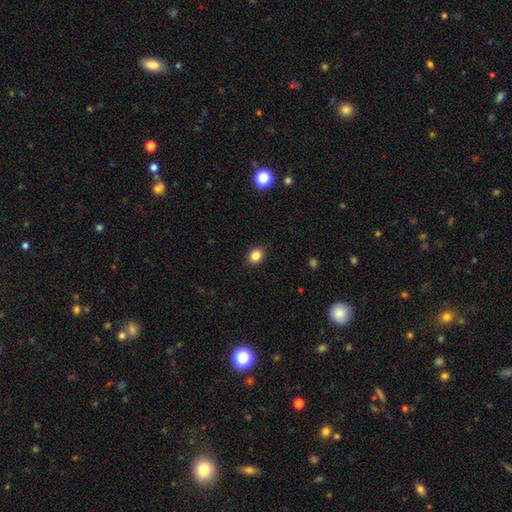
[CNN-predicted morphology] type=smooth (85%); roundness=round (58%); merging=none (90%).